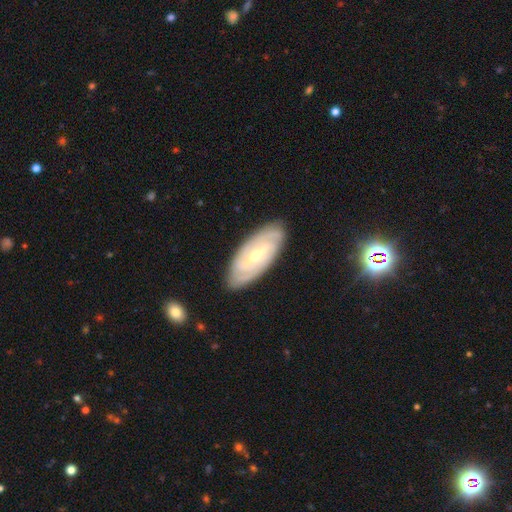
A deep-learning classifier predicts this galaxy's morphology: This is clearly a featured or disk galaxy (81%). It is clearly not viewed edge-on (91%). Bar: possibly weak (45%). Spiral arm pattern: clearly yes (93%). Spiral arm count: marginally can't tell (34%). Spiral winding: likely tight (68%). Central bulge: possibly small (56%). Merging: clearly none (85%).